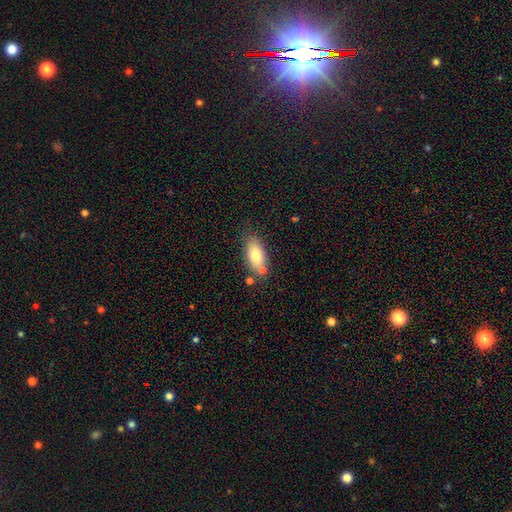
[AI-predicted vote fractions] Overall: smooth (76%). How rounded: in between (87%). Merging: none (67%).